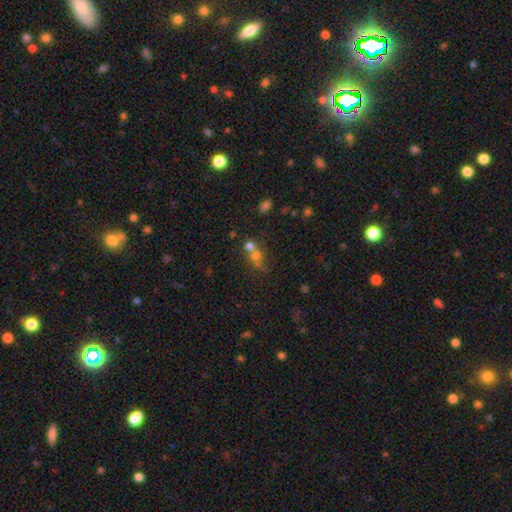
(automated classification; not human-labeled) This is likely a smooth galaxy (61%). How rounded: likely round (78%). Merging: possibly merger (55%).